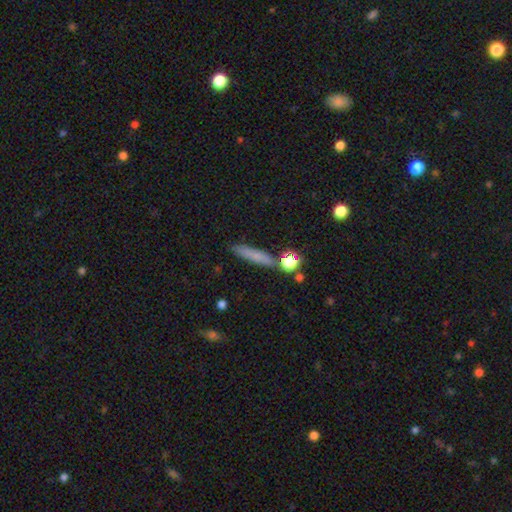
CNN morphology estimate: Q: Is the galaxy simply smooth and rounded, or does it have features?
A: smooth — 71%.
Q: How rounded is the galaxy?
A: cigar-shaped — 84%.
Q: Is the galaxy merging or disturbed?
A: none — 79%.